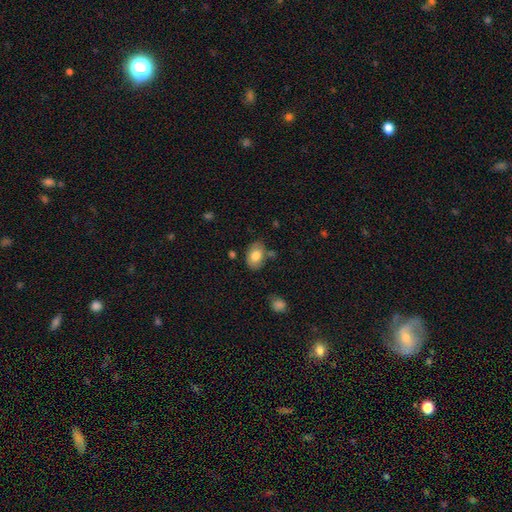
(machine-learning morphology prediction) Smooth or featured? smooth (79%)
How rounded? in between (84%)
Merging? none (73%)